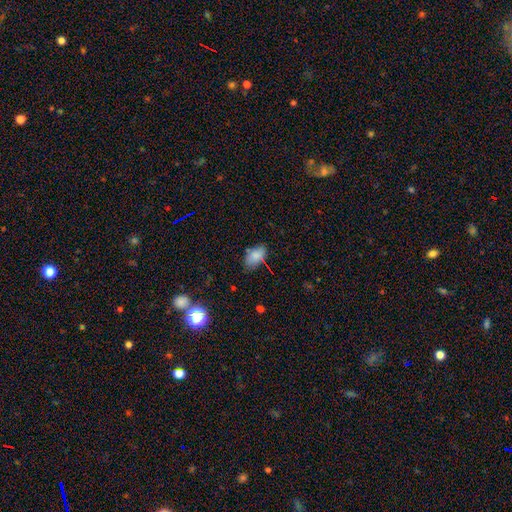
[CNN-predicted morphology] Overall: smooth (82%). How rounded: in between (92%). Merging: none (71%).